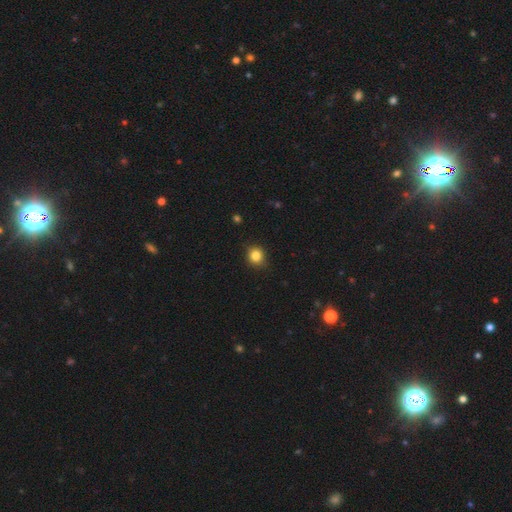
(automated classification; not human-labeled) Smooth or featured?
  - smooth: 84% *
  - star or artifact: 12%
  - featured or disk: 5%
How rounded?
  - round: 83% *
  - in between: 16%
  - cigar-shaped: 1%
Merging?
  - none: 87% *
  - minor disturbance: 10%
  - major disturbance: 2%
  - merger: 1%